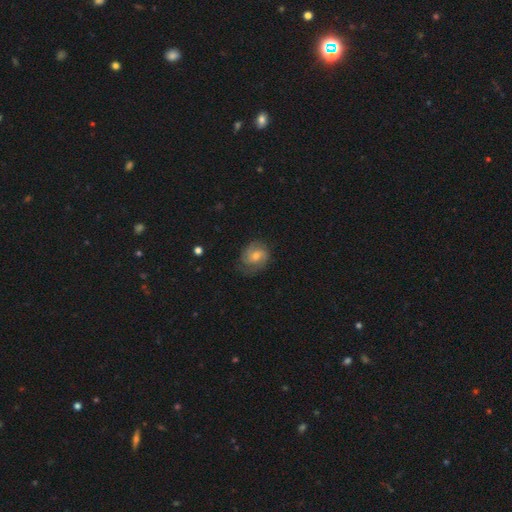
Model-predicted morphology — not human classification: A featured or disk galaxy (65%) with no bar (56%), 2 (51%) tight (43%) spiral arms (92%) and a moderate central bulge (52%).

Vote fractions:
- Smooth or featured? featured or disk: 65% / smooth: 28% / star or artifact: 7%
- Edge-on disk? no: 97% / yes: 3%
- Bar? no: 56% / weak: 38% / strong: 6%
- Spiral arms? yes: 92% / no: 8%
- Spiral winding? tight: 43% / medium: 42% / loose: 15%
- Spiral arm count? 2: 51% / can't tell: 21% / 3: 17% / 1: 5% / 4: 3% / more than 4: 3%
- Bulge size? moderate: 52% / small: 40% / large: 4% / none: 3% / dominant: 1%
- Merging? none: 68% / minor disturbance: 22% / major disturbance: 9% / merger: 1%